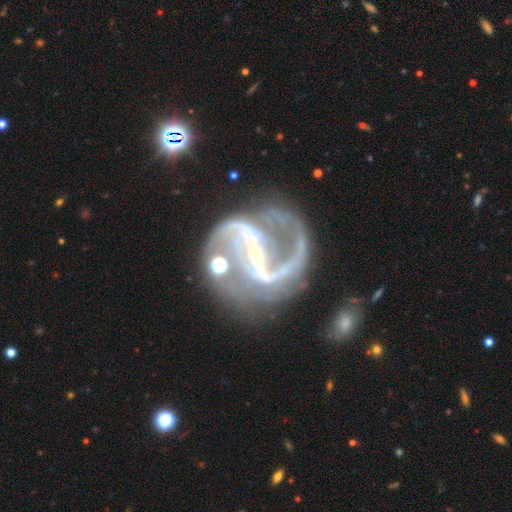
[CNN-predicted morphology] A featured or disk galaxy (92%) with a strong bar (65%), 2 (88%) medium (53%) spiral arms (97%) and a small central bulge (85%). Merging: none (54%).